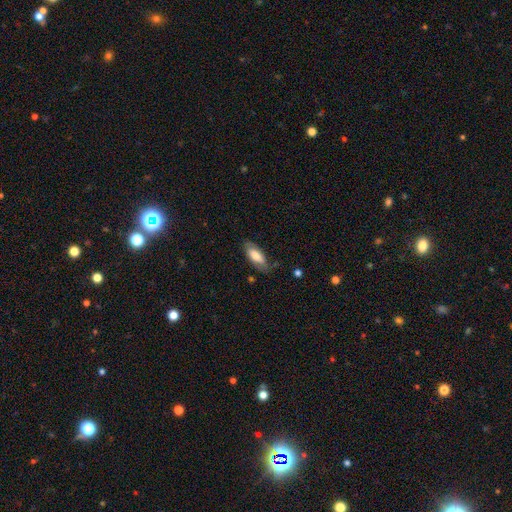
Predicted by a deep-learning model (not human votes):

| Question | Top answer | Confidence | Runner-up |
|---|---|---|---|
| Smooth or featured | smooth | 64% | featured or disk (29%) |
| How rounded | in between | 79% | cigar-shaped (19%) |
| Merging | none | 74% | minor disturbance (19%) |